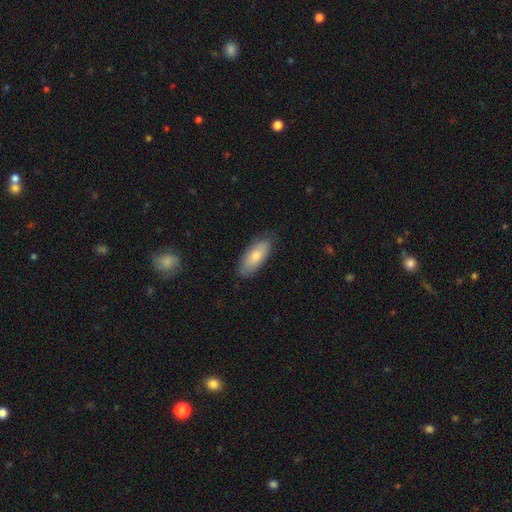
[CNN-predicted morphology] Smooth or featured? Predicted: smooth (p=0.77). How rounded? Predicted: in between (p=0.84). Merging? Predicted: none (p=0.82).